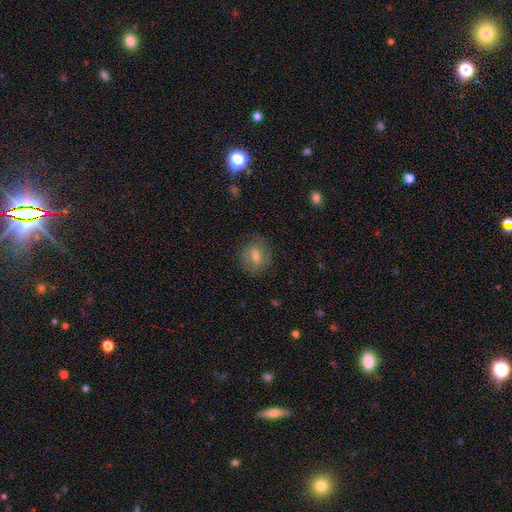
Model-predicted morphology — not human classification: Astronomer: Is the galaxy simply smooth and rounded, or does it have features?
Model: smooth — 46% (runner-up: featured or disk, 41%).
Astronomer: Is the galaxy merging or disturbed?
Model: none — 80%.